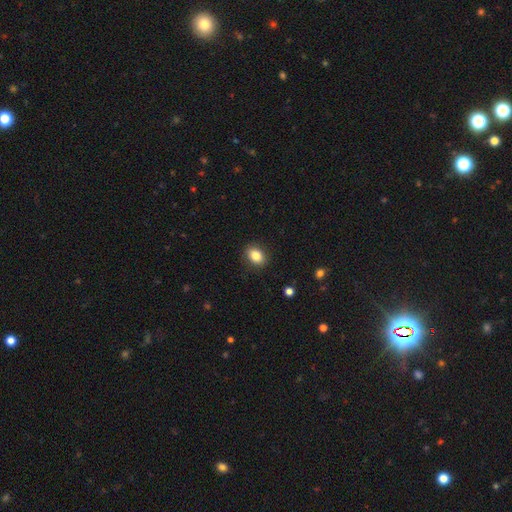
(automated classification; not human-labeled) Q: Smooth or featured?
A: smooth (85%); runner-up: star or artifact (9%)
Q: How rounded?
A: in between (67%); runner-up: round (31%)
Q: Merging?
A: none (88%); runner-up: minor disturbance (8%)